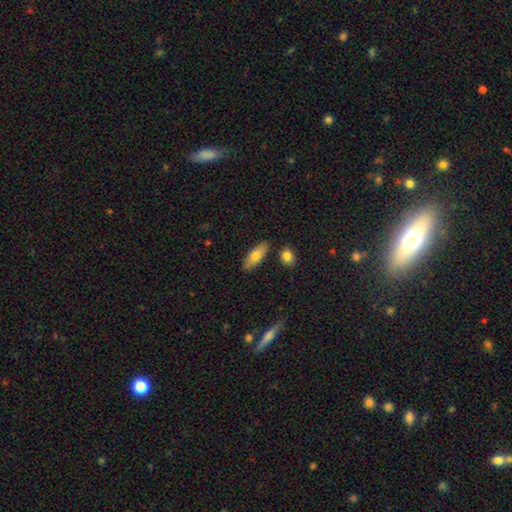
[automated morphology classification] Smooth or featured: smooth — 72% (featured or disk — 22%)
How rounded: in between — 74% (cigar-shaped — 23%)
Merging: none — 83% (minor disturbance — 10%)